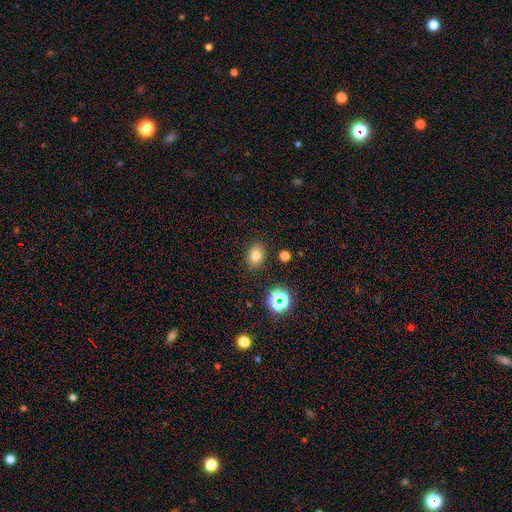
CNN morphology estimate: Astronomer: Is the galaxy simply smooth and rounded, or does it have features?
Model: smooth — 77%.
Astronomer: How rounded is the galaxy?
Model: in between — 62% (runner-up: round, 37%).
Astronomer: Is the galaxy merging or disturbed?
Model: none — 85%.